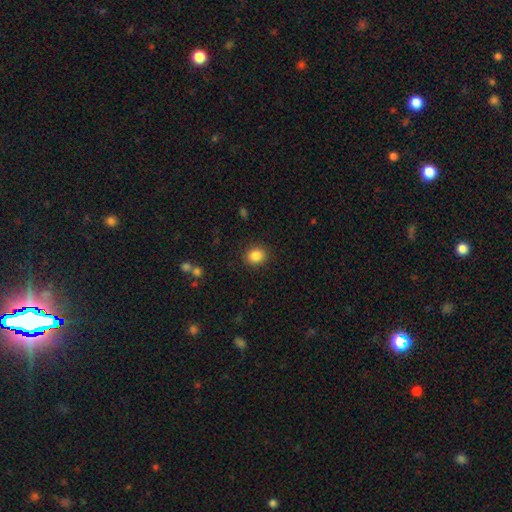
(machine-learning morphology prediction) smooth-or-featured: smooth: 86% | star or artifact: 10% | featured or disk: 4%
  how-rounded: round: 78% | in between: 22% | cigar-shaped: 1%
  merging: none: 90% | minor disturbance: 7% | major disturbance: 2% | merger: 1%